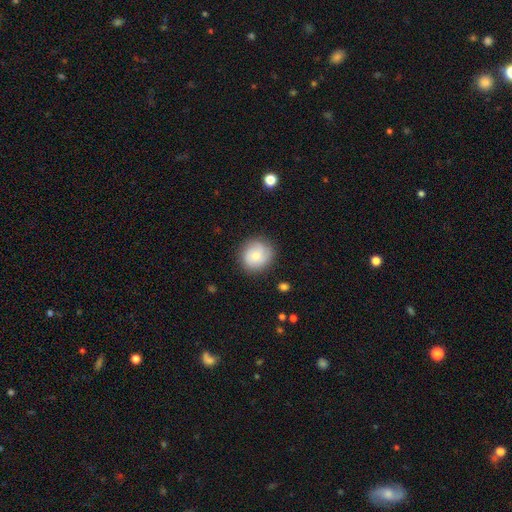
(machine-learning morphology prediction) Smooth or featured: smooth — 70% (featured or disk — 22%)
How rounded: round — 89% (in between — 10%)
Merging: none — 83% (minor disturbance — 12%)